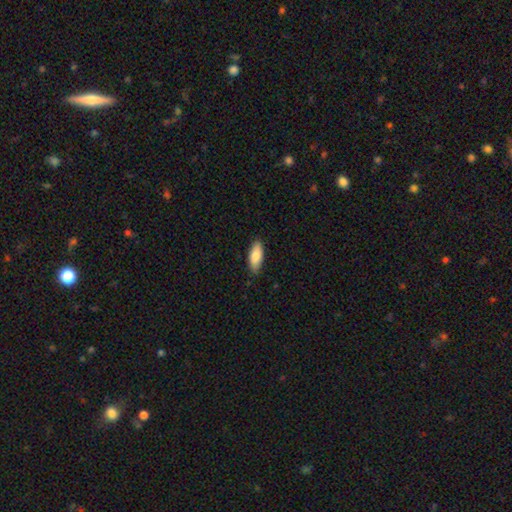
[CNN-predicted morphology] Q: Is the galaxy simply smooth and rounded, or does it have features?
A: smooth — 84%.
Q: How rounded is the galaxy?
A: in between — 78%.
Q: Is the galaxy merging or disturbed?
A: none — 85%.